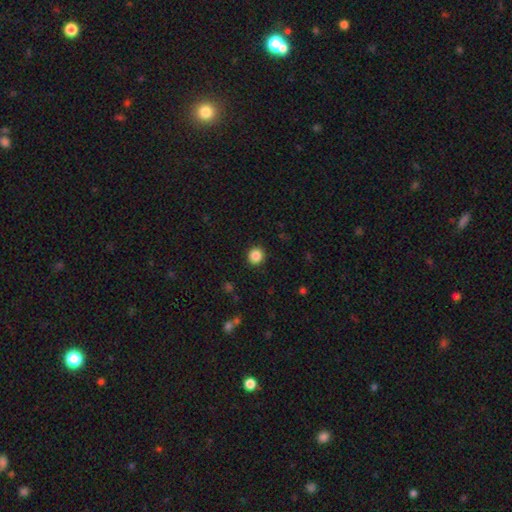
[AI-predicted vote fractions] This is clearly a smooth galaxy (86%). How rounded: clearly round (92%). Merging: clearly none (92%).